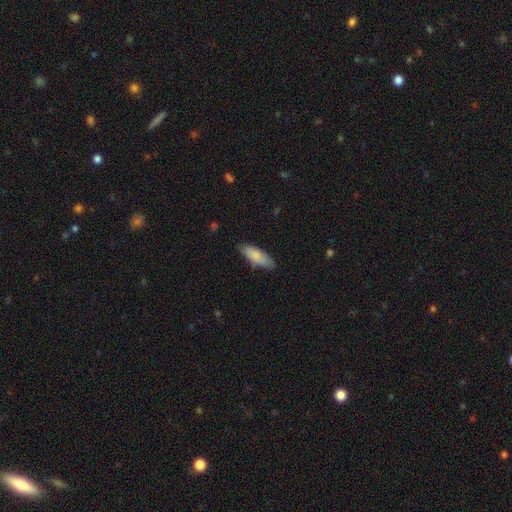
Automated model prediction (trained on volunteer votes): Q: Smooth or featured?
A: smooth (83%); runner-up: featured or disk (11%)
Q: How rounded?
A: in between (62%); runner-up: cigar-shaped (37%)
Q: Merging?
A: none (79%); runner-up: minor disturbance (17%)